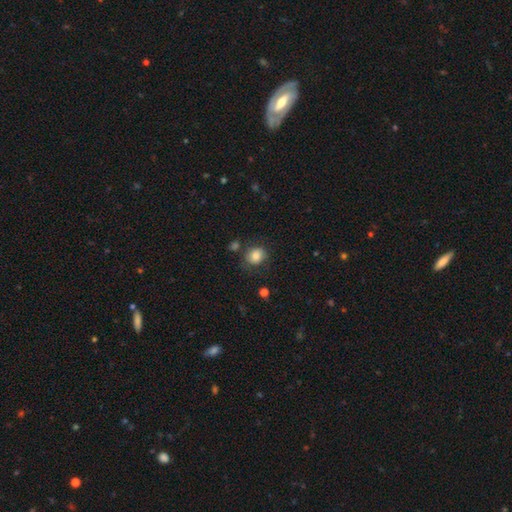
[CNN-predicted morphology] A smooth galaxy with no disk features (83%) that is round (65%).

Vote fractions:
- Smooth or featured? smooth: 83% / star or artifact: 9% / featured or disk: 8%
- How rounded? round: 65% / in between: 34% / cigar-shaped: 1%
- Merging? none: 69% / minor disturbance: 19% / major disturbance: 7% / merger: 5%